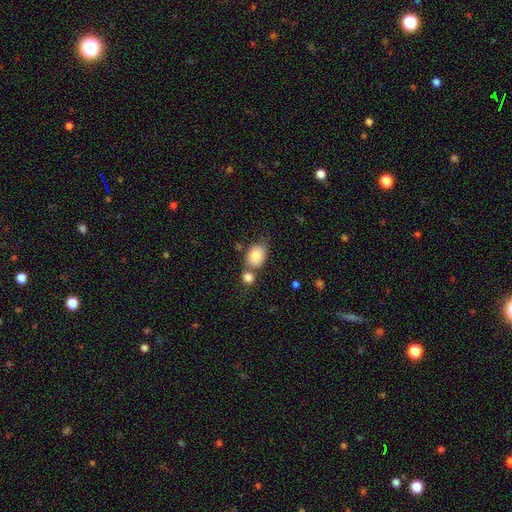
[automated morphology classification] smooth 81%, featured or disk 11%, star or artifact 8%. Down the decision tree: how rounded — in between (68%); merging — none (47%).